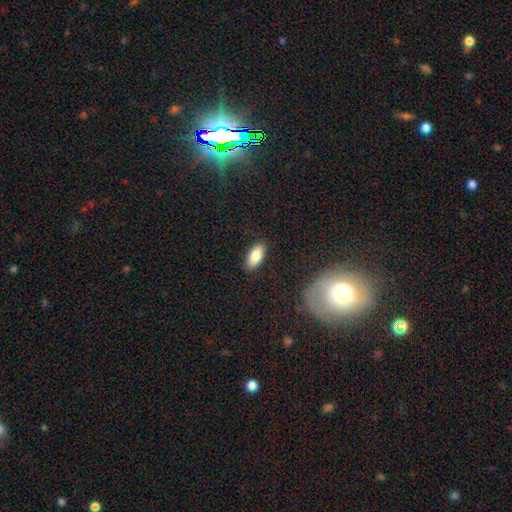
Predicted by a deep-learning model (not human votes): smooth-or-featured: smooth: 84% | featured or disk: 9% | star or artifact: 7%
  how-rounded: in between: 90% | cigar-shaped: 8% | round: 2%
  merging: none: 87% | minor disturbance: 9% | major disturbance: 2% | merger: 1%